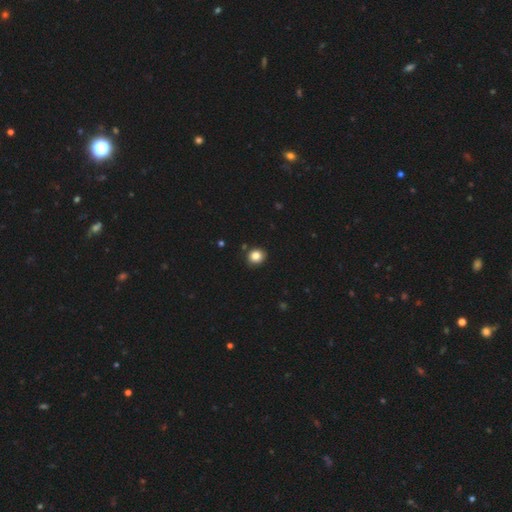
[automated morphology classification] smooth 84%, star or artifact 11%, featured or disk 5%. Down the decision tree: how rounded — round (82%); merging — none (89%).